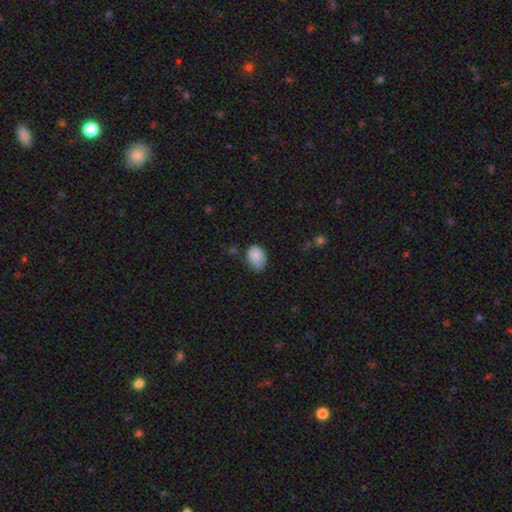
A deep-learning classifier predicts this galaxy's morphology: Smooth or featured: smooth — 86% (star or artifact — 8%)
How rounded: in between — 75% (round — 24%)
Merging: none — 60% (minor disturbance — 32%)